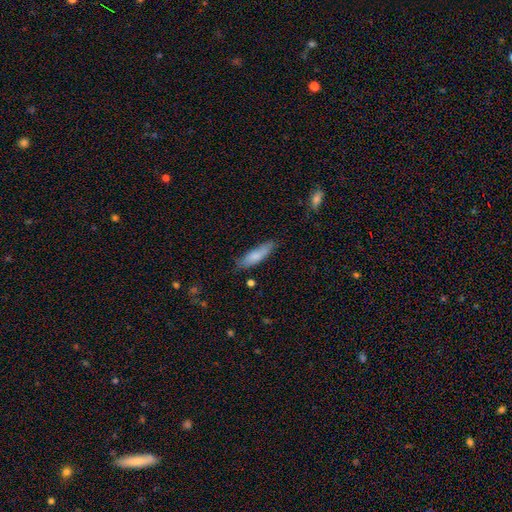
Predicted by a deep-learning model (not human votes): Smooth or featured? Predicted: smooth (p=0.79). How rounded? Predicted: cigar-shaped (p=0.64). Merging? Predicted: none (p=0.73).